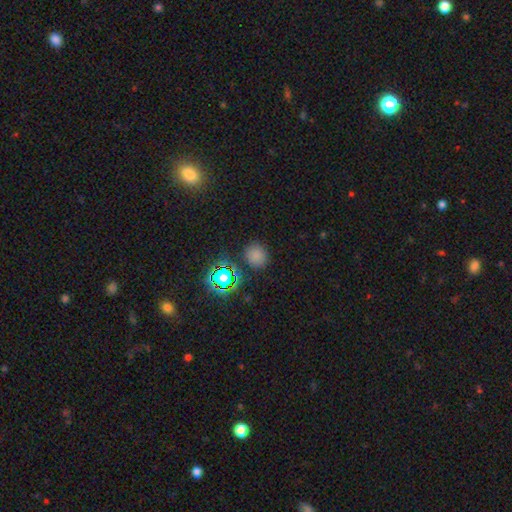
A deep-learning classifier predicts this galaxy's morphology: smooth 72%, star or artifact 23%, featured or disk 5%. Down the decision tree: how rounded — round (81%); merging — none (84%).